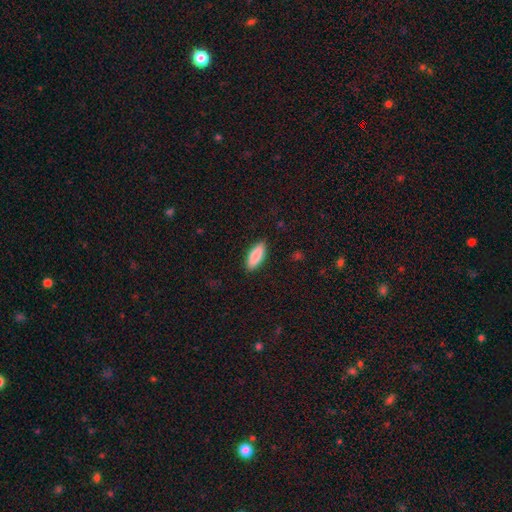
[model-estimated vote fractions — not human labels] smooth 87%, featured or disk 7%, star or artifact 6%. Down the decision tree: how rounded — in between (74%); merging — none (88%).